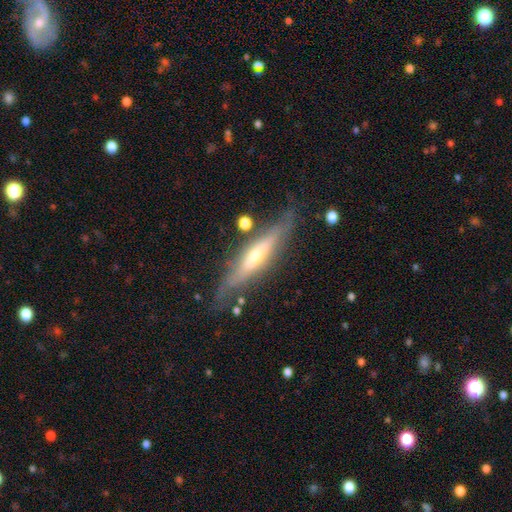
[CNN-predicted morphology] This is likely a featured or disk galaxy (72%). It is clearly viewed edge-on (85%). Edge-on bulge: likely rounded (75%). Merging: likely none (74%).